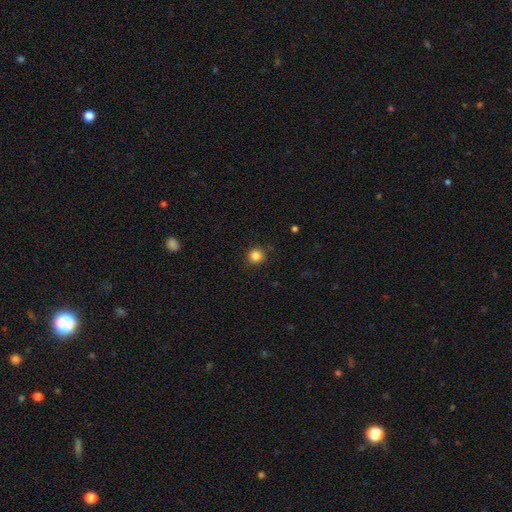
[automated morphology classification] Q: Smooth or featured?
A: smooth (84%); runner-up: star or artifact (12%)
Q: How rounded?
A: round (92%); runner-up: in between (7%)
Q: Merging?
A: none (89%); runner-up: minor disturbance (8%)